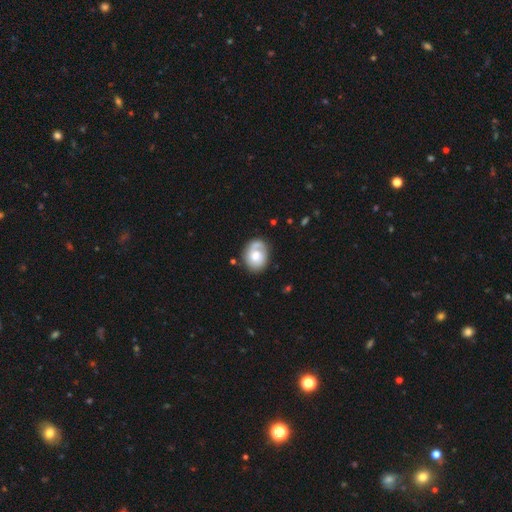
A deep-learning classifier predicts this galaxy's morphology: featured or disk 51%, smooth 42%, star or artifact 7%. Down the decision tree: edge-on disk — no (97%); merging — none (65%).